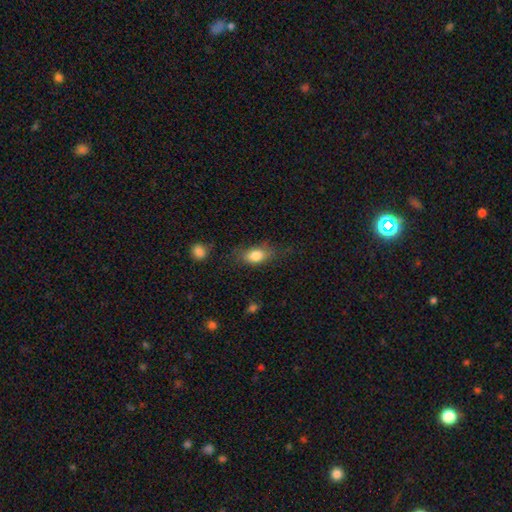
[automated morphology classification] Smooth or featured: smooth — 82% (featured or disk — 11%)
How rounded: in between — 83% (round — 11%)
Merging: none — 67% (minor disturbance — 22%)